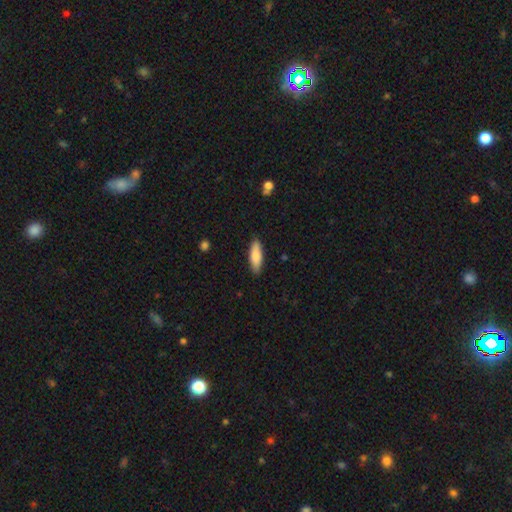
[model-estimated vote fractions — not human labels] Smooth or featured?
  - smooth: 82% *
  - featured or disk: 12%
  - star or artifact: 6%
How rounded?
  - in between: 53% *
  - cigar-shaped: 45%
  - round: 2%
Merging?
  - none: 88% *
  - minor disturbance: 9%
  - major disturbance: 2%
  - merger: 1%